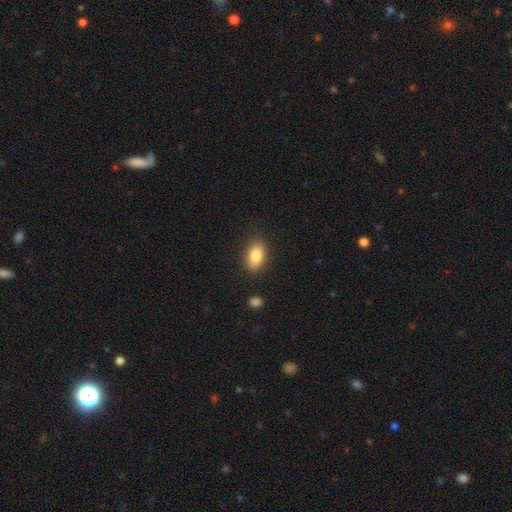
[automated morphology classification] smooth_or_featured: smooth (p=0.84) [alt: featured or disk p=0.08]
how_rounded: in between (p=0.87) [alt: round p=0.09]
merging: none (p=0.85) [alt: minor disturbance p=0.10]